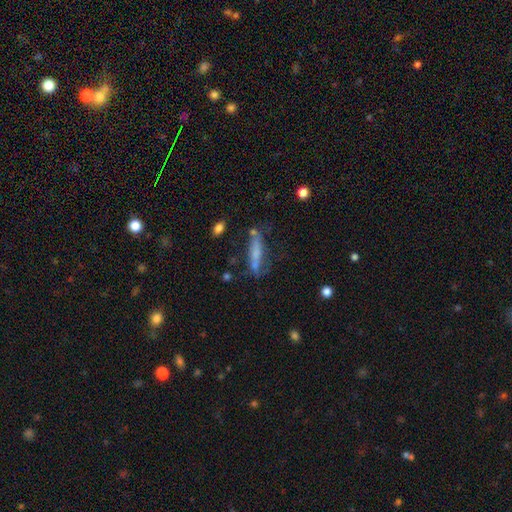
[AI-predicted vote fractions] Overall: smooth (43%, tied with featured or disk). Merging: none (53%; minor disturbance 23%).